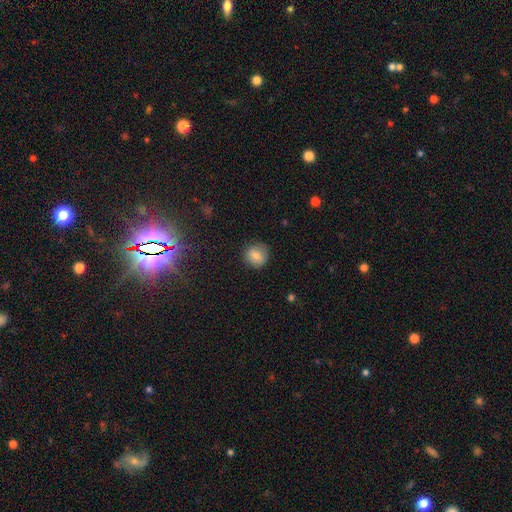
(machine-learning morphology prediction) smooth_or_featured: smooth (p=0.80) [alt: star or artifact p=0.10]
how_rounded: round (p=0.87) [alt: in between p=0.12]
merging: none (p=0.83) [alt: minor disturbance p=0.13]